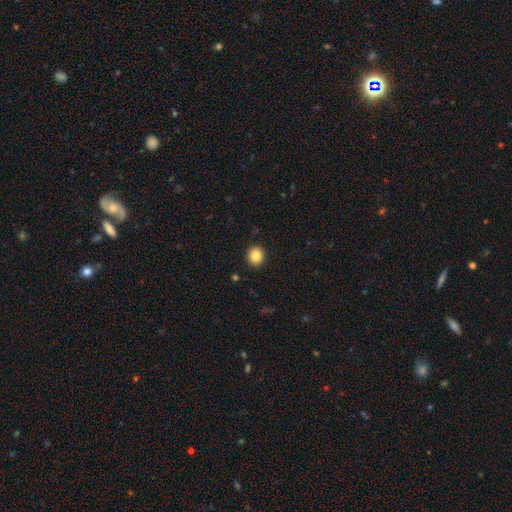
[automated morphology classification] smooth 83%, star or artifact 10%, featured or disk 7%. Down the decision tree: how rounded — round (84%); merging — none (92%).